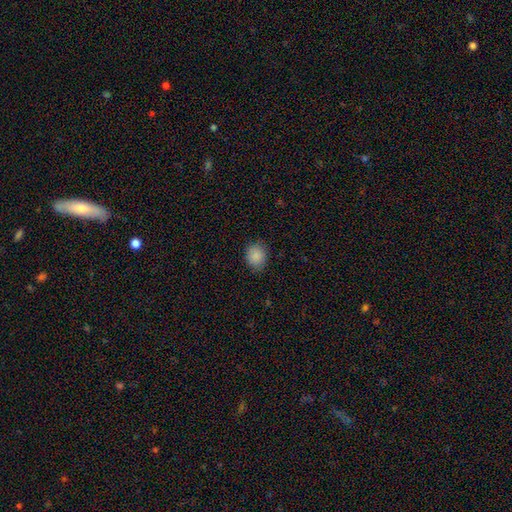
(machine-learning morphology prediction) type=smooth (88%); roundness=round (64%); merging=none (82%).